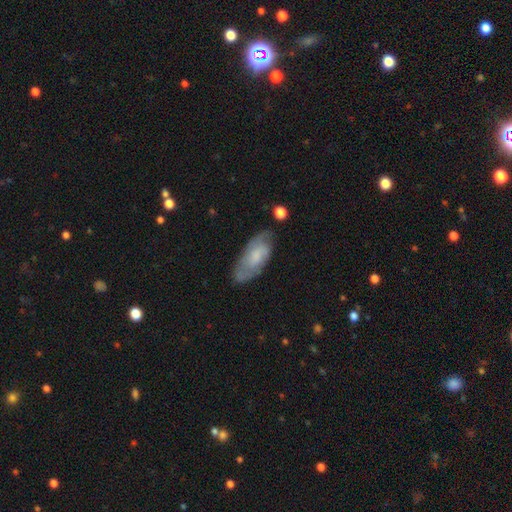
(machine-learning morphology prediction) Smooth or featured?
  - featured or disk: 49% *
  - smooth: 44%
  - star or artifact: 6%
Merging?
  - none: 68% *
  - minor disturbance: 23%
  - major disturbance: 7%
  - merger: 3%